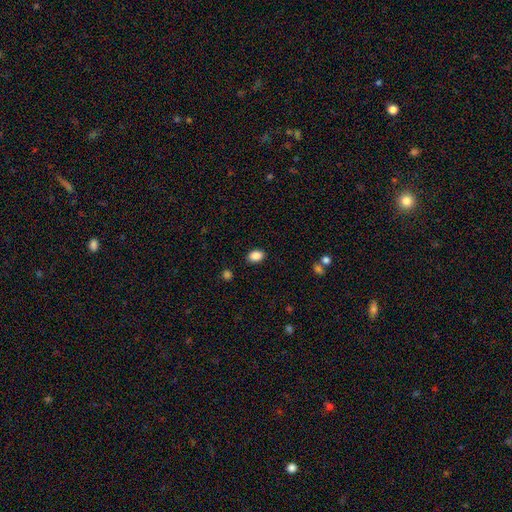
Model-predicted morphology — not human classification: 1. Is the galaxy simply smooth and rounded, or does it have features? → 88% smooth, 8% star or artifact, 4% featured or disk.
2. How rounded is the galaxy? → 82% in between, 17% round, 1% cigar-shaped.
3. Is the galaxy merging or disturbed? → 87% none, 9% minor disturbance, 2% major disturbance, 1% merger.